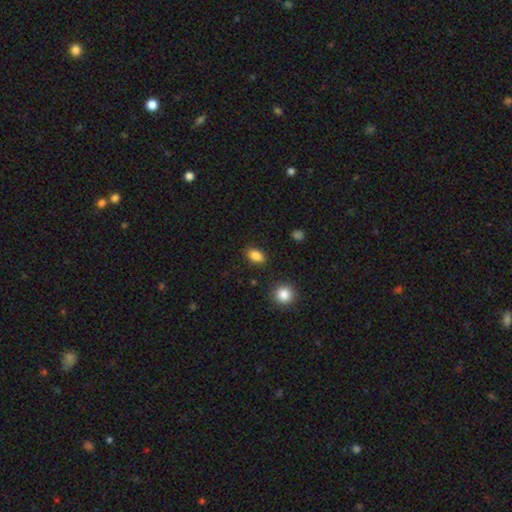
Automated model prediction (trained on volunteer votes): Smooth or featured?
  - smooth: 86% *
  - star or artifact: 9%
  - featured or disk: 5%
How rounded?
  - in between: 86% *
  - round: 10%
  - cigar-shaped: 4%
Merging?
  - none: 86% *
  - minor disturbance: 9%
  - major disturbance: 3%
  - merger: 2%